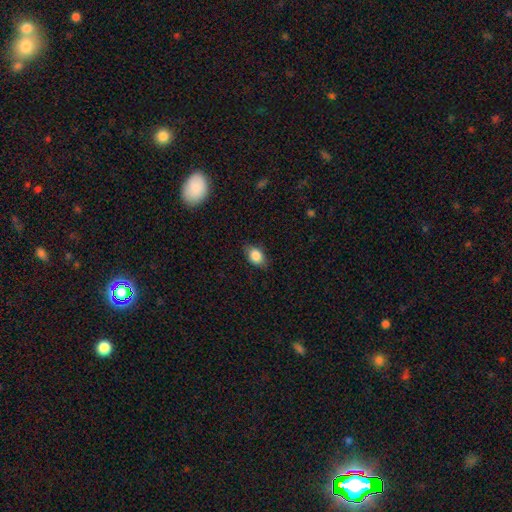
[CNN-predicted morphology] Q: Smooth or featured?
A: smooth (84%); runner-up: star or artifact (8%)
Q: How rounded?
A: in between (78%); runner-up: round (20%)
Q: Merging?
A: none (79%); runner-up: minor disturbance (17%)